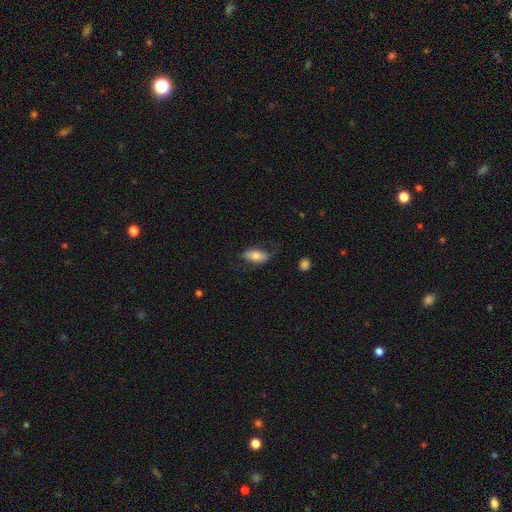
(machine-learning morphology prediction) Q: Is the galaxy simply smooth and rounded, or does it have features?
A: smooth — 72%.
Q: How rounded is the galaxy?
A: in between — 87%.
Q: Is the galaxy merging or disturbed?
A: none — 67%.